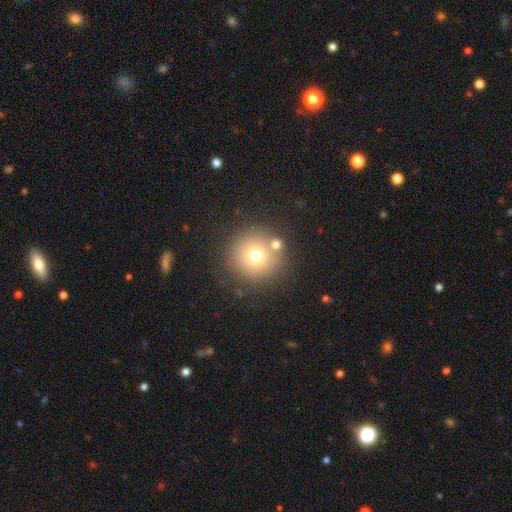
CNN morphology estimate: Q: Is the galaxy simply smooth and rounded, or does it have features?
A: smooth — 70%.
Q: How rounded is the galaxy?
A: round — 95%.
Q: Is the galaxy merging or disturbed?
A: none — 77%.